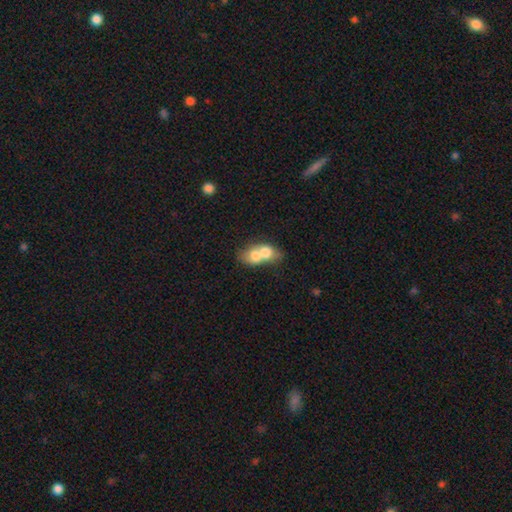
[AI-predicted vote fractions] This appears to be a smooth galaxy with no disk features (67%) that is in between round and cigar-shaped (64%). Merging: merger (78%).